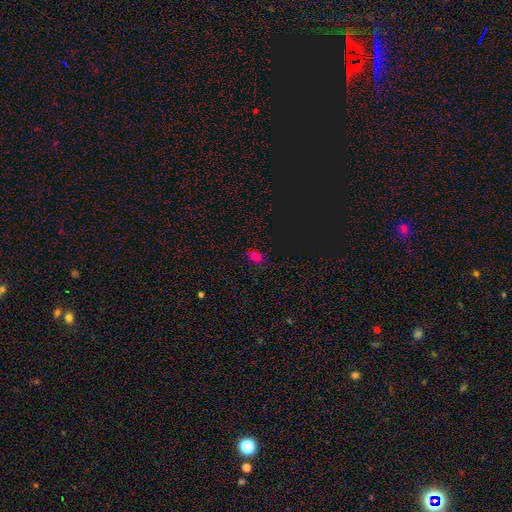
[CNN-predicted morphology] smooth-or-featured: smooth: 67% | star or artifact: 27% | featured or disk: 6%
  how-rounded: in between: 70% | round: 28% | cigar-shaped: 2%
  merging: none: 81% | minor disturbance: 14% | major disturbance: 3% | merger: 1%